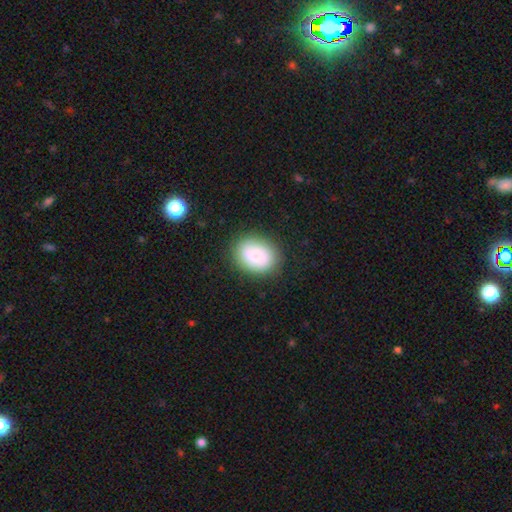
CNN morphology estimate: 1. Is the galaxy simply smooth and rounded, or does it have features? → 62% smooth, 29% featured or disk, 8% star or artifact.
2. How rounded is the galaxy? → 53% in between, 46% round, 1% cigar-shaped.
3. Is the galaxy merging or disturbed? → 80% none, 13% minor disturbance, 5% major disturbance, 3% merger.